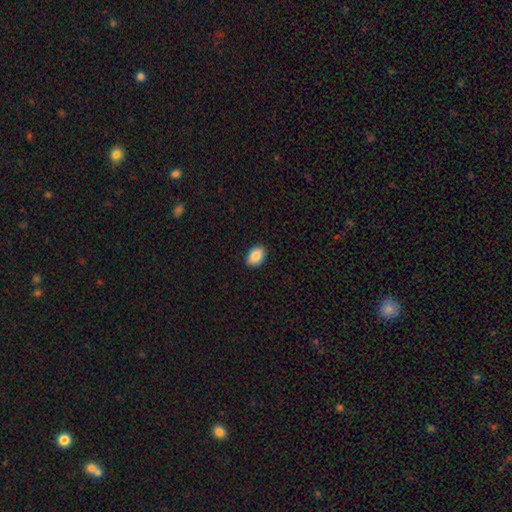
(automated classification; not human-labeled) This is clearly a smooth galaxy (88%). How rounded: clearly in between (85%). Merging: clearly none (91%).